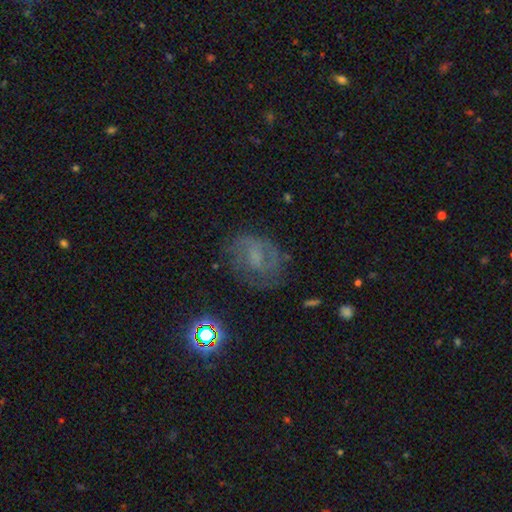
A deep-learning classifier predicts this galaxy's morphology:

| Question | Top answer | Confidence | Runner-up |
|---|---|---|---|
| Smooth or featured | featured or disk | 57% | smooth (26%) |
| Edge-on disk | no | 97% | yes (3%) |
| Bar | weak | 45% | no (43%) |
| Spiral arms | yes | 78% | no (22%) |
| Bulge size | none | 36% | small (35%) |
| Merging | none | 66% | minor disturbance (20%) |